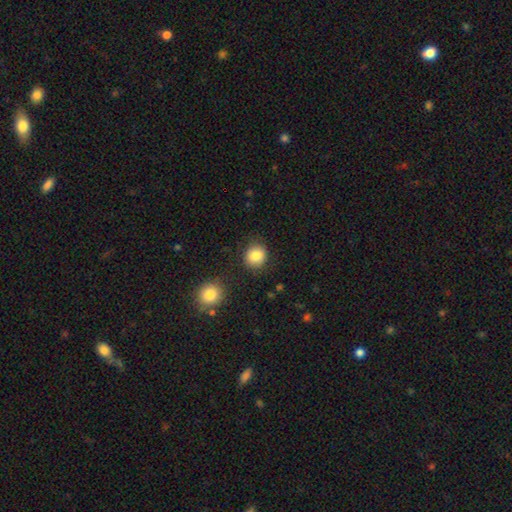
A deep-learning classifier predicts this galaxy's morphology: Q: Smooth or featured?
A: smooth (86%); runner-up: star or artifact (9%)
Q: How rounded?
A: round (82%); runner-up: in between (17%)
Q: Merging?
A: none (85%); runner-up: minor disturbance (9%)